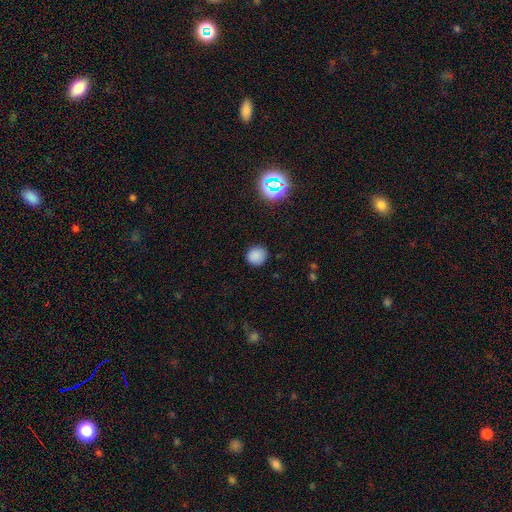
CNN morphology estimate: Overall: smooth (82%). How rounded: round (91%). Merging: none (89%).